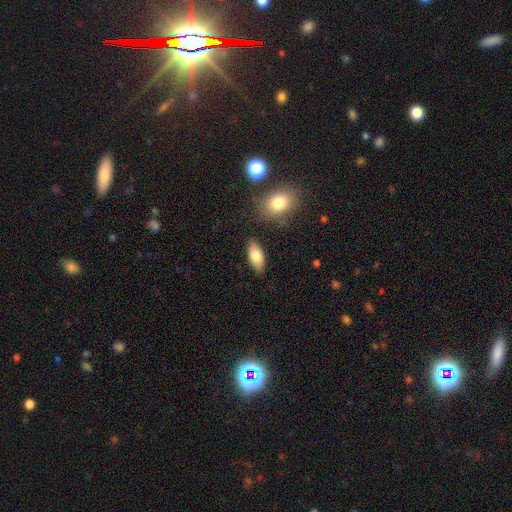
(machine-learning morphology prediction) type=smooth (80%); roundness=in between (88%); merging=none (85%).